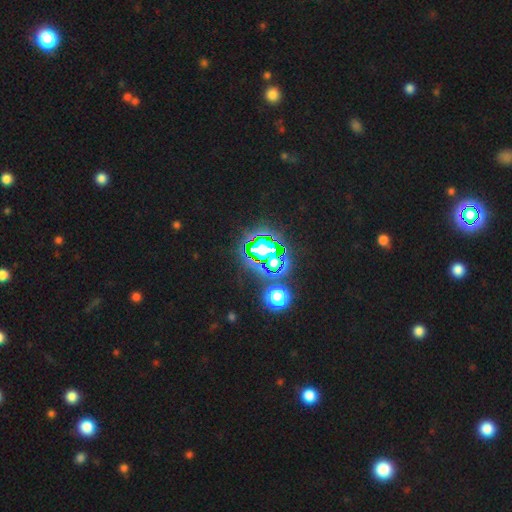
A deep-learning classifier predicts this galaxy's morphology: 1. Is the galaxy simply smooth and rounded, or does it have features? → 78% star or artifact, 15% smooth, 7% featured or disk.